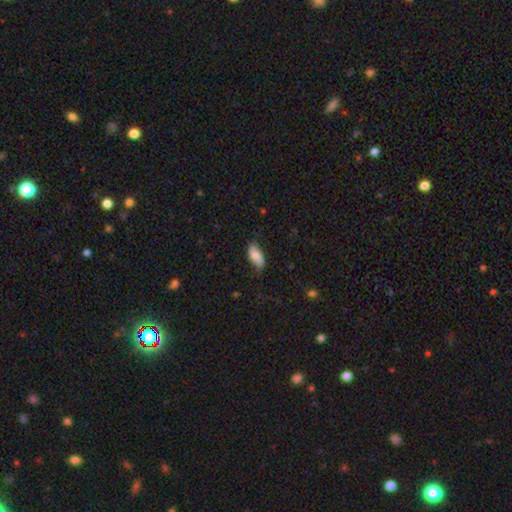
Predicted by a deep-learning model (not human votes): Smooth or featured: smooth — 71% (featured or disk — 22%)
How rounded: in between — 89% (cigar-shaped — 8%)
Merging: none — 69% (minor disturbance — 24%)